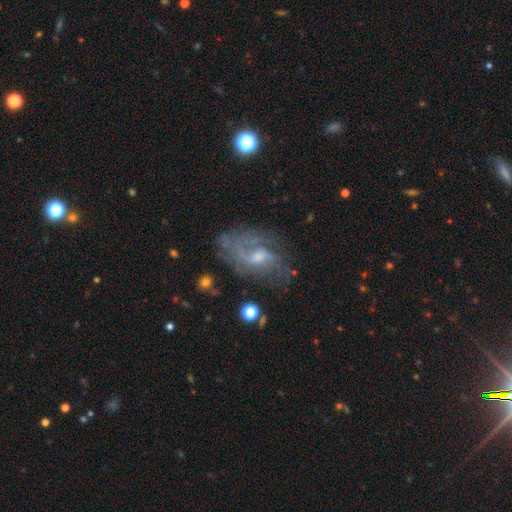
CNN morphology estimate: smooth-or-featured: featured or disk: 76% | smooth: 14% | star or artifact: 10%
  disk-edge-on: no: 95% | yes: 5%
    bar: weak: 50% | no: 41% | strong: 9%
    has-spiral-arms: yes: 87% | no: 13%
      spiral-winding: medium: 42% | loose: 34% | tight: 24%
      spiral-arm-count: 2: 41% | can't tell: 28% | 1: 16% | 3: 8% | 4: 3% | more than 4: 3%
    bulge-size: small: 47% | moderate: 39% | none: 10% | large: 3% | dominant: 1%
  merging: none: 59% | minor disturbance: 21% | major disturbance: 17% | merger: 3%